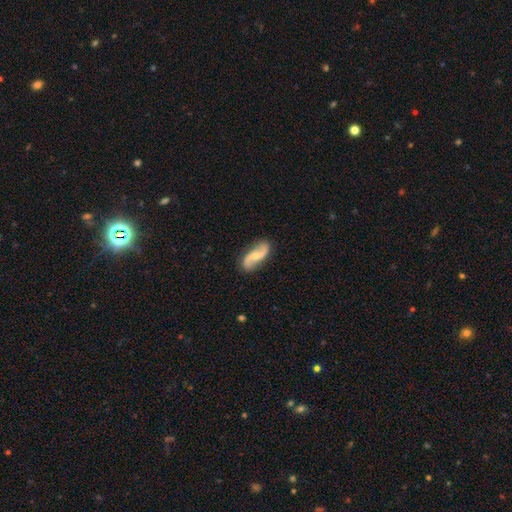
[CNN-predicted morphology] A featured or disk galaxy (80%) with no bar (54%), 2 (93%) loose (75%) spiral arms (95%) and a moderate central bulge (47%). Merging: none (85%).